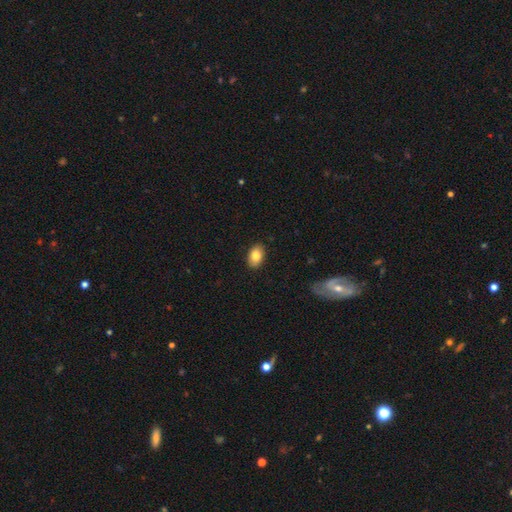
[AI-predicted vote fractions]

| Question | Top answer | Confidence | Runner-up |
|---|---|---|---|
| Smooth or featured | smooth | 84% | featured or disk (9%) |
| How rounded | in between | 90% | round (9%) |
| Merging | none | 88% | minor disturbance (9%) |